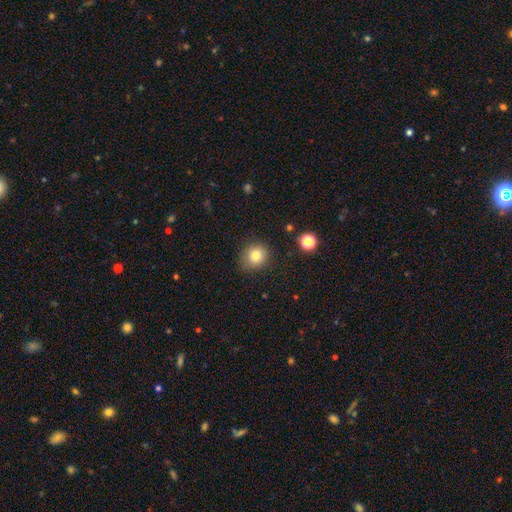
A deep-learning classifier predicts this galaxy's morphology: smooth 81%, star or artifact 11%, featured or disk 8%. Down the decision tree: how rounded — round (82%); merging — none (83%).